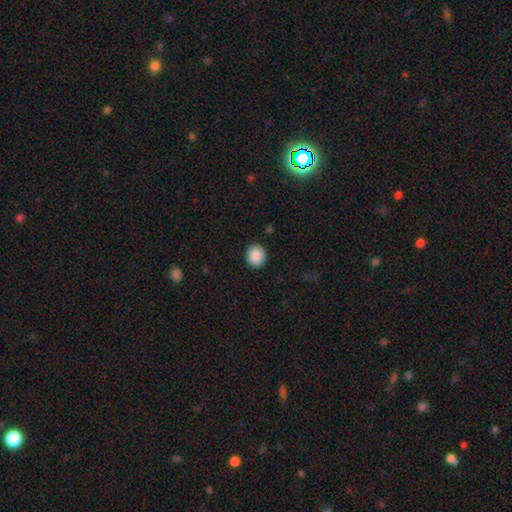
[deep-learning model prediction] smooth-or-featured: smooth: 89% | star or artifact: 8% | featured or disk: 3%
  how-rounded: round: 80% | in between: 19% | cigar-shaped: 1%
  merging: none: 91% | minor disturbance: 7% | major disturbance: 2% | merger: 1%